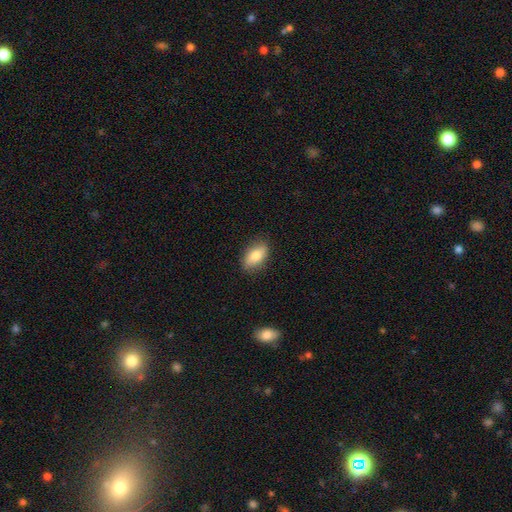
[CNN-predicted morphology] Q: Smooth or featured?
A: smooth (80%); runner-up: featured or disk (13%)
Q: How rounded?
A: in between (89%); runner-up: cigar-shaped (6%)
Q: Merging?
A: none (85%); runner-up: minor disturbance (12%)